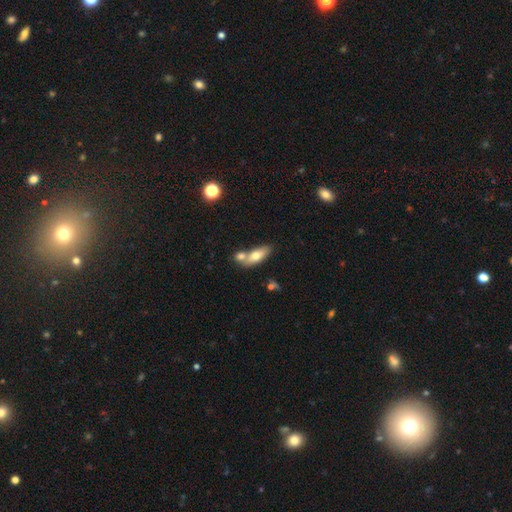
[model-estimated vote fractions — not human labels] A smooth galaxy with no disk features (69%) that is in between round and cigar-shaped (74%). Merging: none (43%, tied with merger).